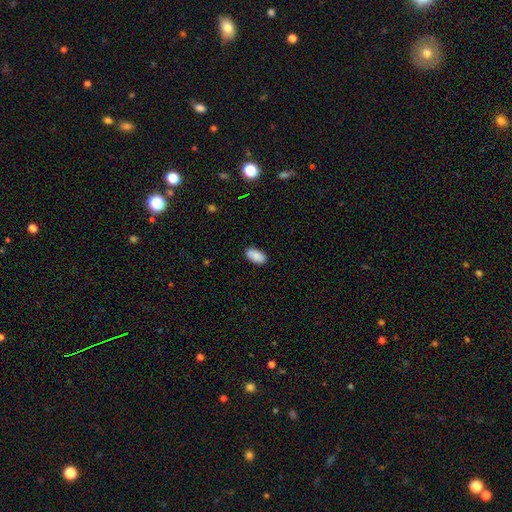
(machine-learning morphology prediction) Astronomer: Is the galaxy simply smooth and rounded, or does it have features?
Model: smooth — 89%.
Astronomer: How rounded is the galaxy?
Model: in between — 95%.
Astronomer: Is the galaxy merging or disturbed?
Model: none — 88%.